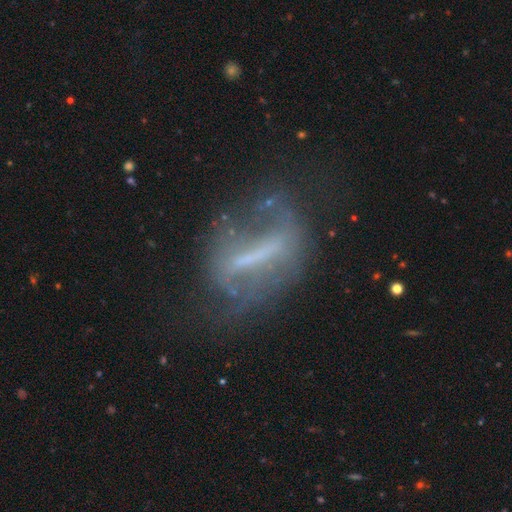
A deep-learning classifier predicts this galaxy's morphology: type=featured or disk (67%); edge-on=no (78%); bar=strong (70%); spiral arms=no (63%); bulge=none (47%); merging=none (49%).